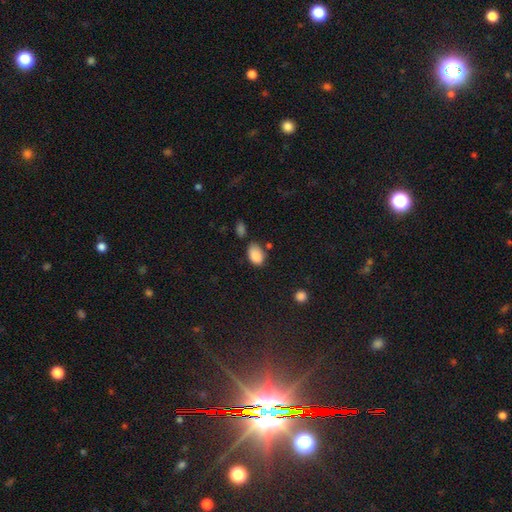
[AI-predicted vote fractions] Smooth or featured: smooth — 87% (star or artifact — 9%)
How rounded: in between — 87% (round — 12%)
Merging: none — 56% (minor disturbance — 29%)